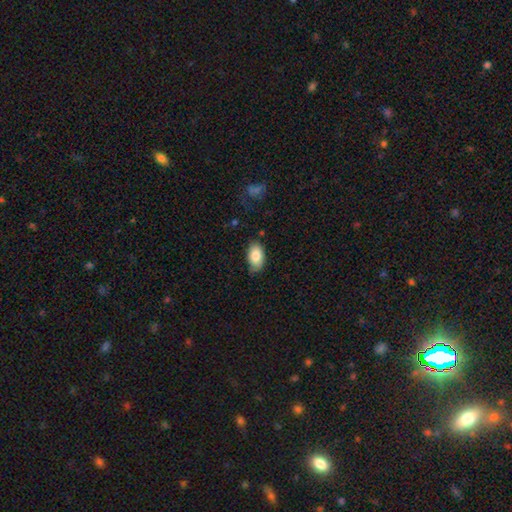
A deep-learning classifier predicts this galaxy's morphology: smooth_or_featured: smooth (p=0.84) [alt: featured or disk p=0.09]
how_rounded: in between (p=0.93) [alt: round p=0.06]
merging: none (p=0.70) [alt: minor disturbance p=0.25]